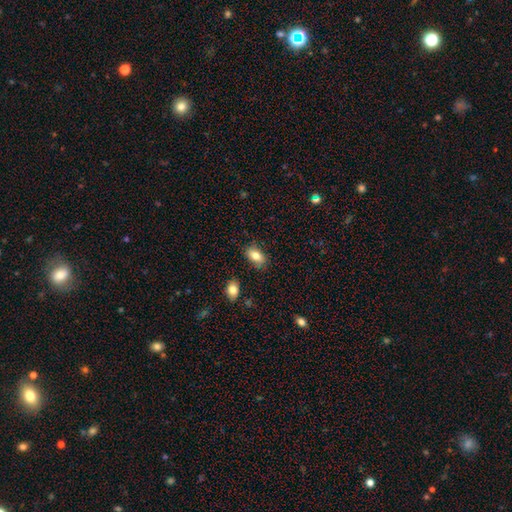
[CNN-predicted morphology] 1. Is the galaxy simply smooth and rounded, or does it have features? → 82% smooth, 9% featured or disk, 8% star or artifact.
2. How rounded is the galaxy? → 90% in between, 8% round, 2% cigar-shaped.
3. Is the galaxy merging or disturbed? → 81% none, 14% minor disturbance, 3% major disturbance, 2% merger.